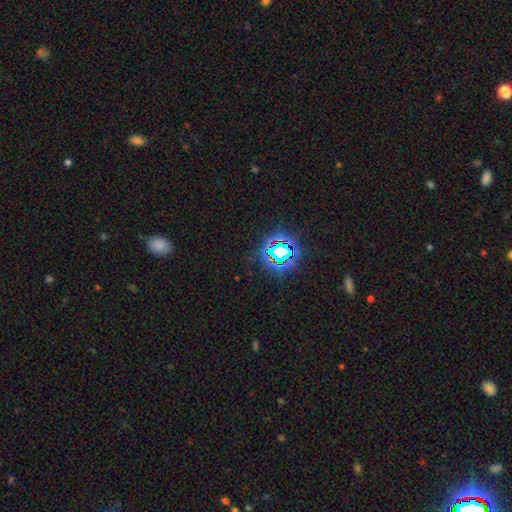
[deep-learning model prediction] Smooth or featured? Predicted: star or artifact (p=0.77).